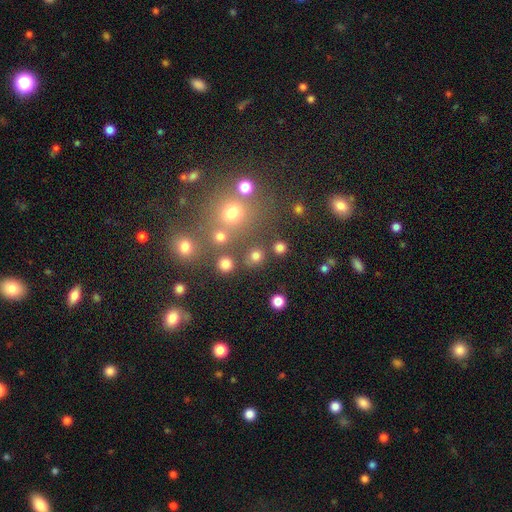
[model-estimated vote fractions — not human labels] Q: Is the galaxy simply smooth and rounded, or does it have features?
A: smooth — 77%.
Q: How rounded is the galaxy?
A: round — 88%.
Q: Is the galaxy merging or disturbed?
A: none — 81%.